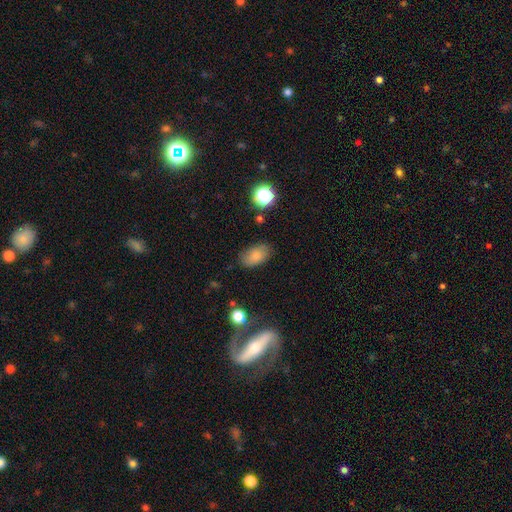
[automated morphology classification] This is likely a smooth galaxy (80%). How rounded: clearly in between (90%). Merging: likely none (79%).